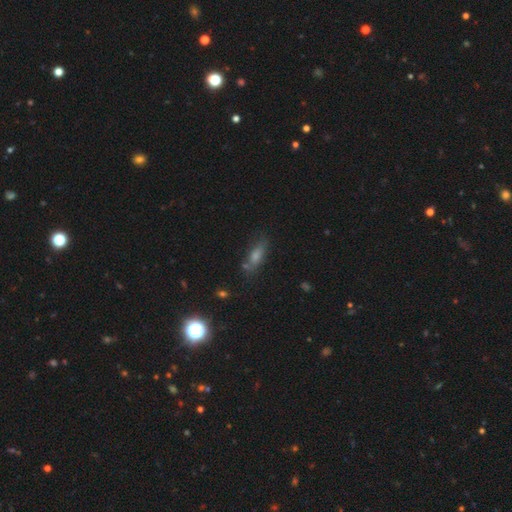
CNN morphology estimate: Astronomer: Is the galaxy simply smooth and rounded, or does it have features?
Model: smooth — 51%.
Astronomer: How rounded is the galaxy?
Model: in between — 52% (runner-up: cigar-shaped, 39%).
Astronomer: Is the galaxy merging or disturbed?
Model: none — 70%.